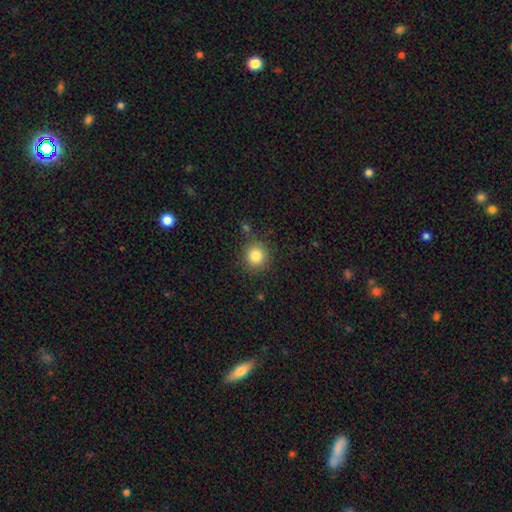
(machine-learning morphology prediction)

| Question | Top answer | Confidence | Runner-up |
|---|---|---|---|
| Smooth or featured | smooth | 83% | star or artifact (11%) |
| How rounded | round | 91% | in between (8%) |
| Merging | none | 82% | minor disturbance (10%) |